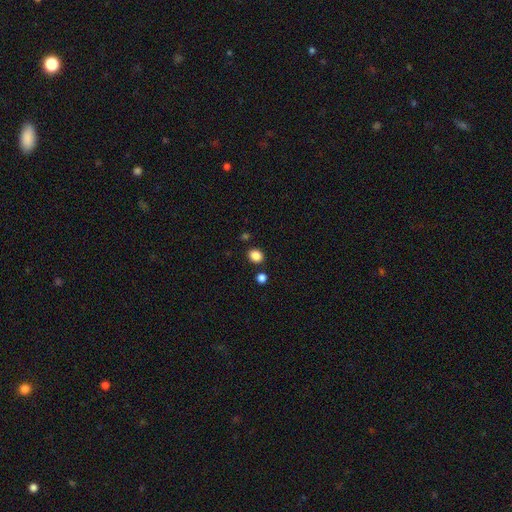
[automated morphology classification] smooth 86%, star or artifact 11%, featured or disk 3%. Down the decision tree: how rounded — round (58%); merging — none (85%).